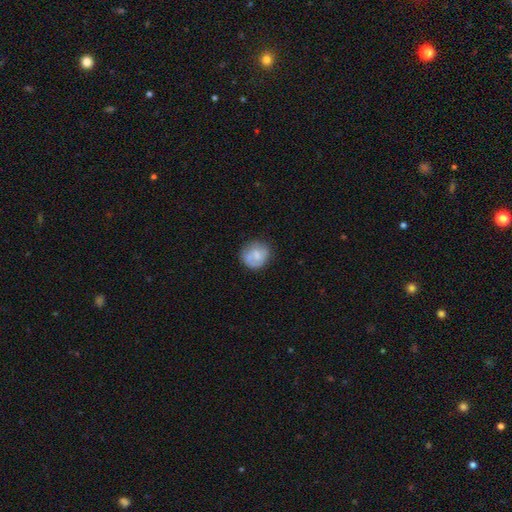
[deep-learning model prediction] A smooth galaxy with no disk features (58%) that is round (84%).

Vote fractions:
- Smooth or featured? smooth: 58% / featured or disk: 35% / star or artifact: 7%
- How rounded? round: 84% / in between: 15% / cigar-shaped: 1%
- Merging? none: 70% / minor disturbance: 20% / major disturbance: 8% / merger: 3%